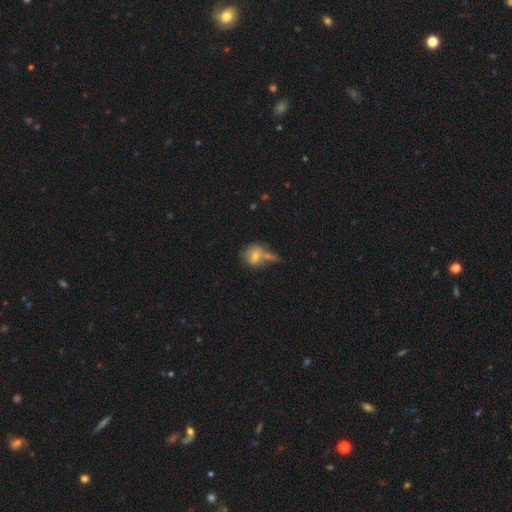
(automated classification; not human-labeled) This appears to be a smooth galaxy with no disk features (66%) that is round (65%). Merging: none (38%).